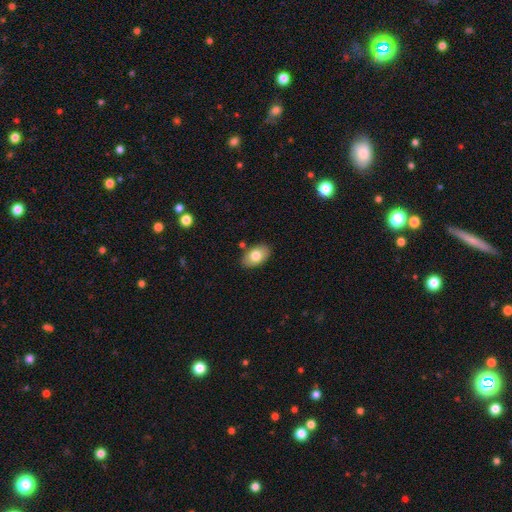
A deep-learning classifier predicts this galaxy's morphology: The model was most divided on "smooth or featured": smooth: 78%, featured or disk: 15%, star or artifact: 7%. More confident: how rounded — in between (90%); merging — none (84%).